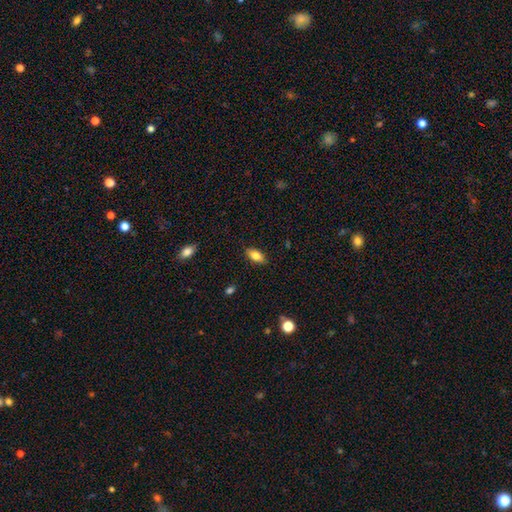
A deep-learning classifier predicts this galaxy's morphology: This appears to be a smooth galaxy with no disk features (80%) that is in between round and cigar-shaped (88%). Merging: none (86%).